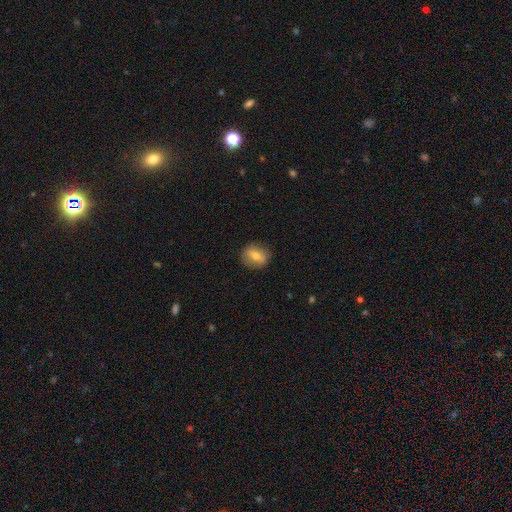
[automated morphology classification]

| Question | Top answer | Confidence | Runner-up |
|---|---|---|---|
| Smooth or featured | smooth | 65% | featured or disk (27%) |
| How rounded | round | 61% | in between (37%) |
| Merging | none | 86% | minor disturbance (10%) |